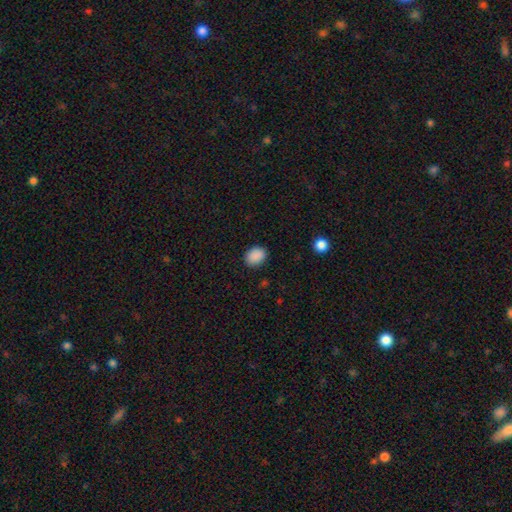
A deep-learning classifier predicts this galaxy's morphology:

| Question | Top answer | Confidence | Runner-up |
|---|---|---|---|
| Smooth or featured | smooth | 89% | star or artifact (9%) |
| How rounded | in between | 59% | round (40%) |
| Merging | none | 87% | minor disturbance (10%) |